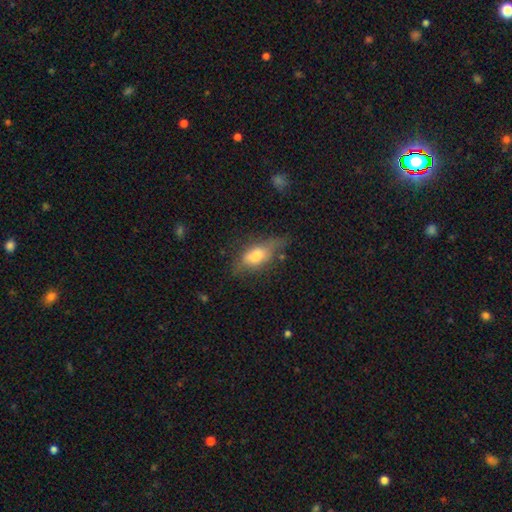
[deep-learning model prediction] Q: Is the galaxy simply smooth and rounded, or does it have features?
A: smooth — 66%.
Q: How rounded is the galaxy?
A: in between — 76%.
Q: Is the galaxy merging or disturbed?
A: none — 50%.